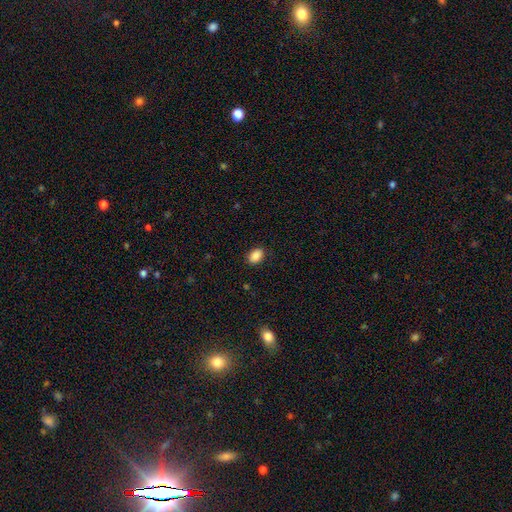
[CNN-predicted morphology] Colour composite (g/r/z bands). It shows a smooth galaxy with no disk features (88%) that is in between round and cigar-shaped (80%). Merging: none (87%).